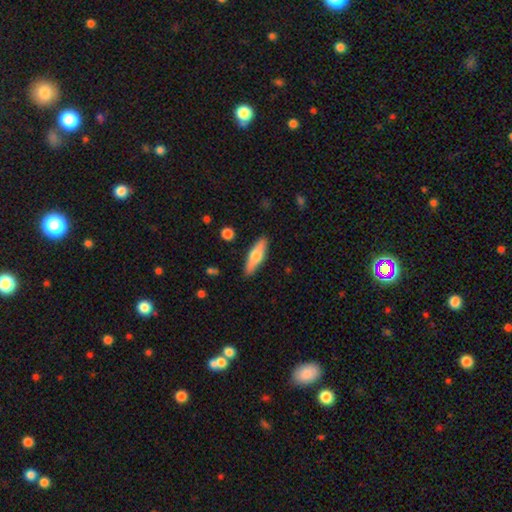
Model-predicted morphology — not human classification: The model was most divided on "how rounded": cigar-shaped: 58%, in between: 40%, round: 2%. More confident: merging — none (88%); smooth or featured — smooth (58%).